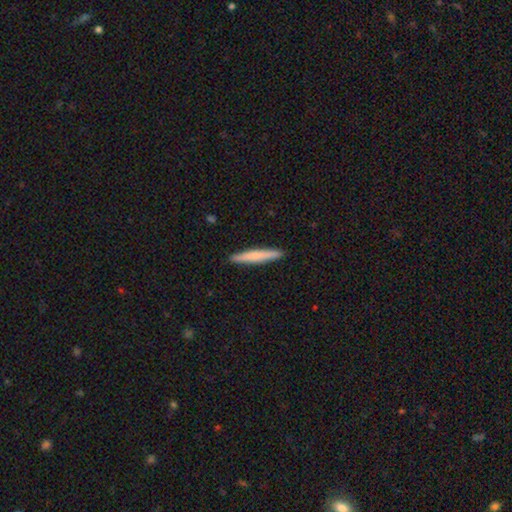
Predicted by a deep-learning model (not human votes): smooth 67%, featured or disk 27%, star or artifact 5%. Down the decision tree: how rounded — cigar-shaped (96%); merging — none (92%).